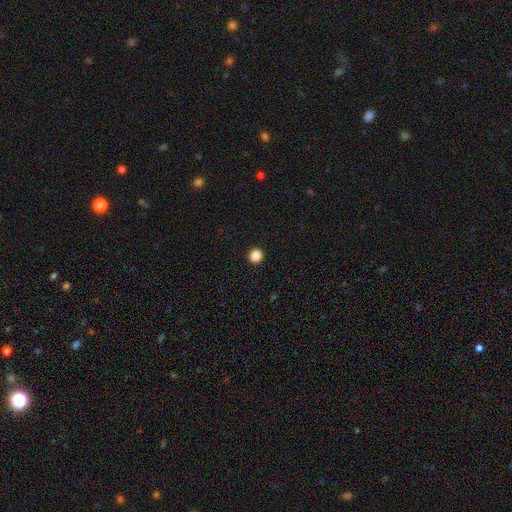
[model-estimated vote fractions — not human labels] This is clearly a smooth galaxy (86%). How rounded: clearly round (93%). Merging: clearly none (94%).